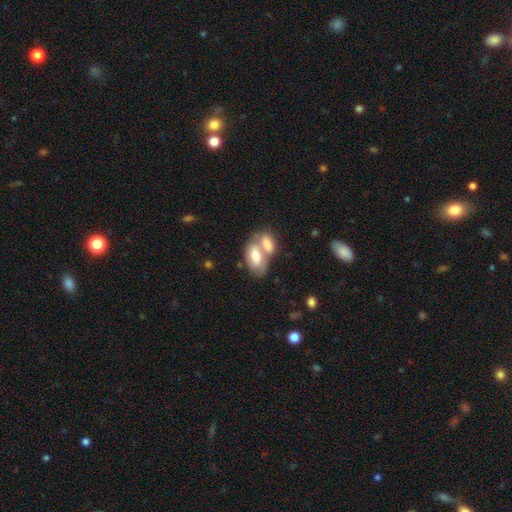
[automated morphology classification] Q: Smooth or featured?
A: smooth (68%); runner-up: featured or disk (26%)
Q: How rounded?
A: in between (91%); runner-up: round (5%)
Q: Merging?
A: merger (65%); runner-up: none (23%)